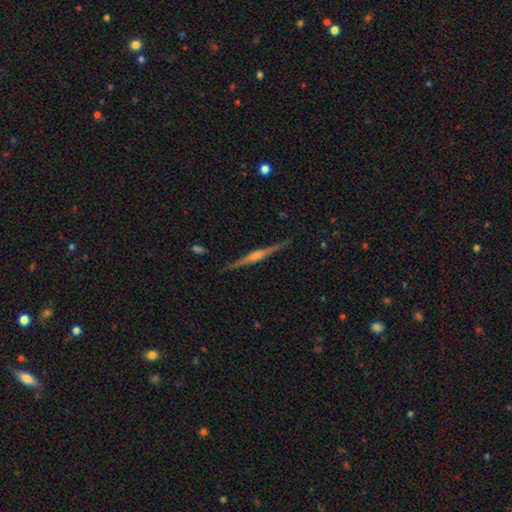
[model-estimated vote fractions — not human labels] Morphology: type=featured or disk (83%); edge-on=yes (99%); edge-on bulge=rounded (75%); merging=none (91%).